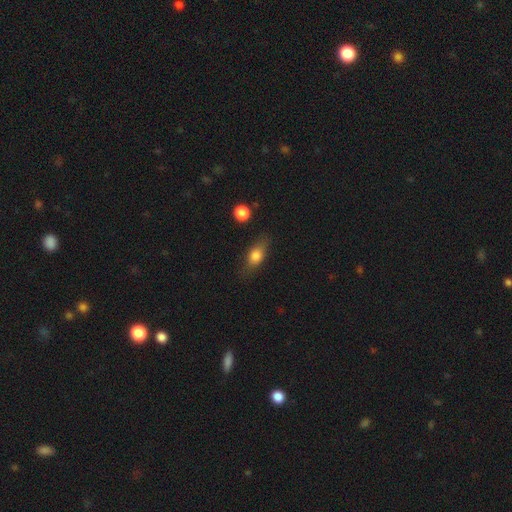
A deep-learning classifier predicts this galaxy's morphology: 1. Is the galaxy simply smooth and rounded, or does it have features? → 72% smooth, 20% featured or disk, 8% star or artifact.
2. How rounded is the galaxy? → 71% in between, 15% cigar-shaped, 14% round.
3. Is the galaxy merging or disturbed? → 73% none, 18% minor disturbance, 6% major disturbance, 2% merger.